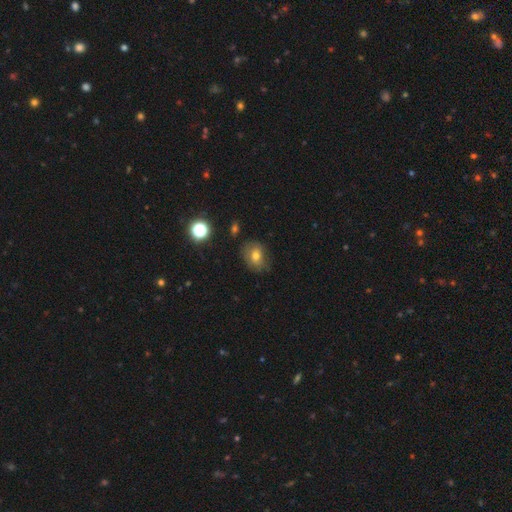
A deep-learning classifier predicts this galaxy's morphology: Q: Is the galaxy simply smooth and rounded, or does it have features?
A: smooth — 66%.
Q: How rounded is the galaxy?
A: in between — 52%.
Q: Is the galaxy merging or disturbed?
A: none — 69%.